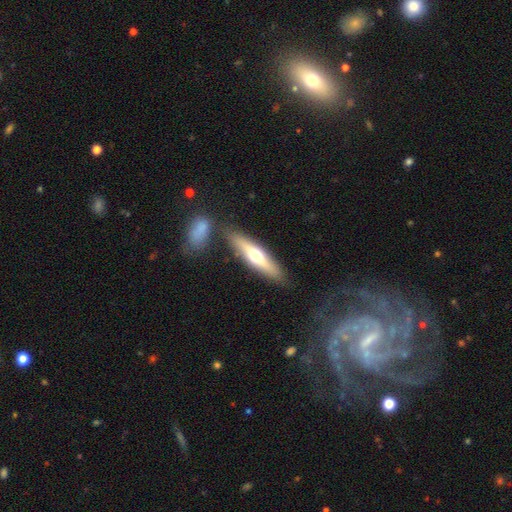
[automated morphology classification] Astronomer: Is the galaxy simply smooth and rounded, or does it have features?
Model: smooth — 48% (runner-up: featured or disk, 46%).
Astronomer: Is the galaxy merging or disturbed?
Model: none — 78%.